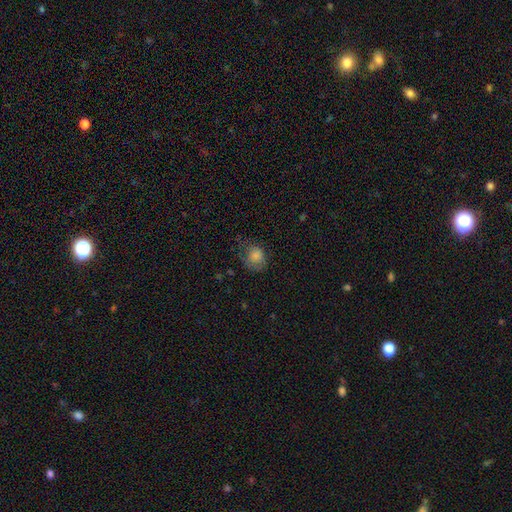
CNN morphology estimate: type=smooth (79%); roundness=round (70%); merging=none (50%).